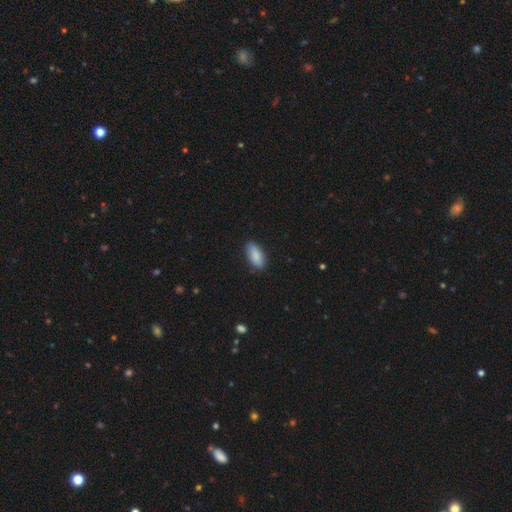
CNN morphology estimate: smooth-or-featured: smooth: 88% | star or artifact: 6% | featured or disk: 6%
  how-rounded: in between: 87% | cigar-shaped: 11% | round: 2%
  merging: none: 86% | minor disturbance: 11% | major disturbance: 2% | merger: 1%